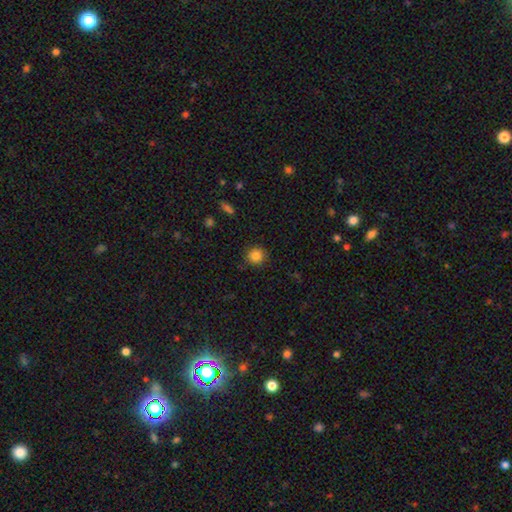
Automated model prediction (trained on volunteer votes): This appears to be a smooth galaxy with no disk features (84%) that is round (92%). Merging: none (89%).